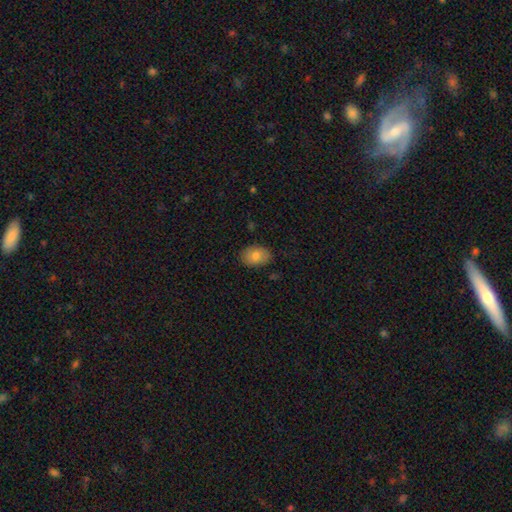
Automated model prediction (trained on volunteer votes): Overall: smooth (83%). How rounded: in between (86%). Merging: none (85%).